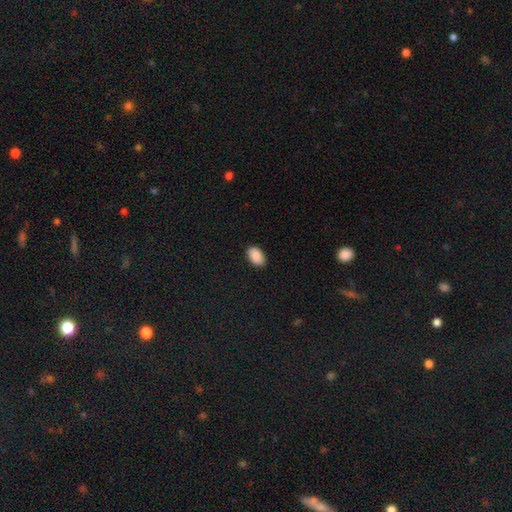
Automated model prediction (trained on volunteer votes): This is clearly a smooth galaxy (89%). How rounded: clearly in between (92%). Merging: clearly none (87%).